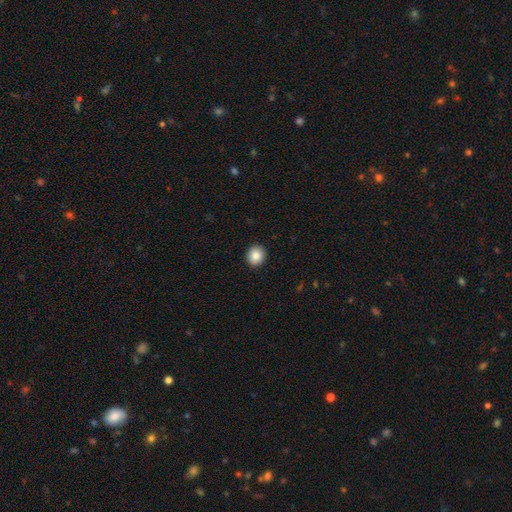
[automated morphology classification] A smooth galaxy with no disk features (85%) that is round (81%). Merging: none (92%).